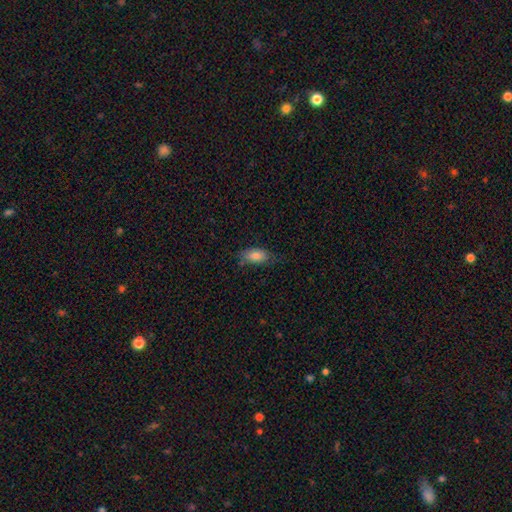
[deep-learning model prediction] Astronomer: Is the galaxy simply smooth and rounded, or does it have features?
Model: smooth — 82%.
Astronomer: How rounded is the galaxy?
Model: in between — 89%.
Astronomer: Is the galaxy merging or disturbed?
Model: none — 69%.